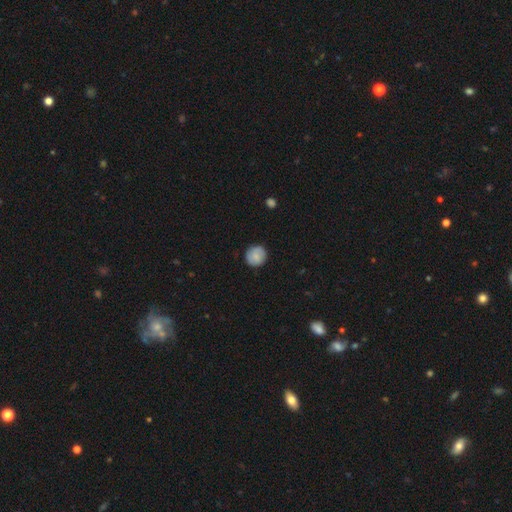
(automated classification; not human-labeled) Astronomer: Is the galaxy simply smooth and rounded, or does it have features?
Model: smooth — 77%.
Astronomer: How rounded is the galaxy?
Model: round — 91%.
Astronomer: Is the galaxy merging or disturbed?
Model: none — 86%.